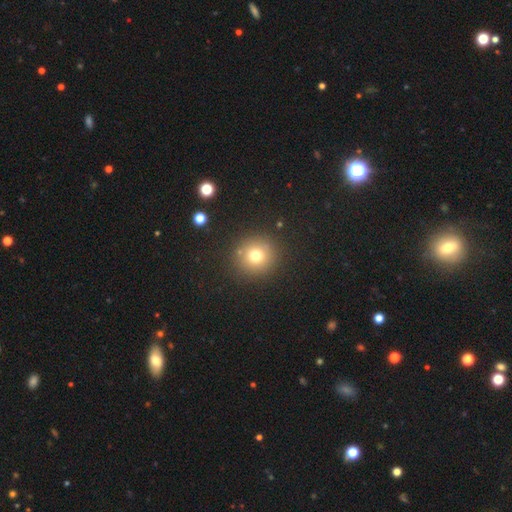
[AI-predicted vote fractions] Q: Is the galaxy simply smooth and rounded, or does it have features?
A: smooth — 74%.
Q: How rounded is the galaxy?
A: round — 93%.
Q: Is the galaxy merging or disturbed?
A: none — 88%.